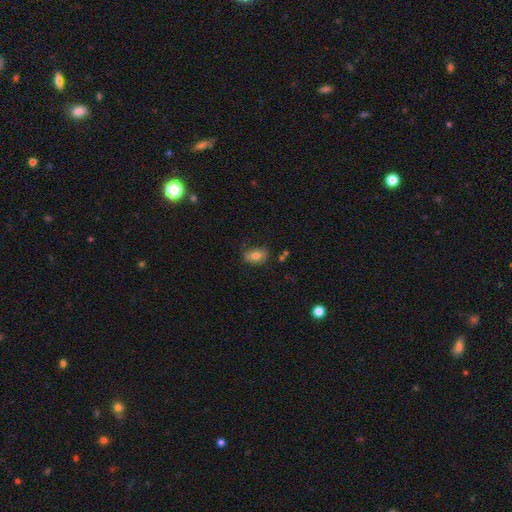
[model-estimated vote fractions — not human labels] Smooth or featured? Predicted: smooth (p=0.76). How rounded? Predicted: in between (p=0.80). Merging? Predicted: none (p=0.77).